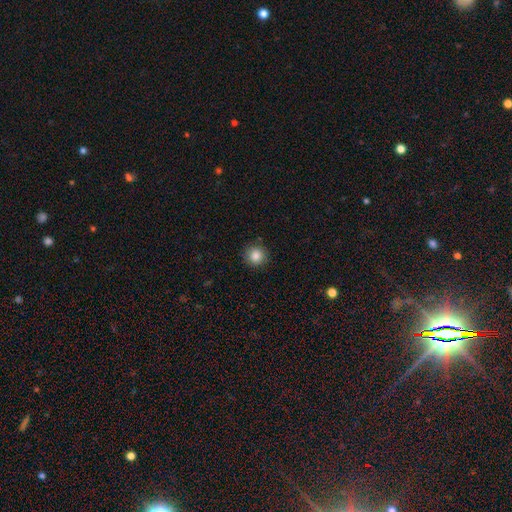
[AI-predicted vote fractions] smooth-or-featured: smooth: 86% | star or artifact: 10% | featured or disk: 5%
  how-rounded: round: 93% | in between: 6% | cigar-shaped: 1%
  merging: none: 89% | minor disturbance: 7% | major disturbance: 2% | merger: 1%